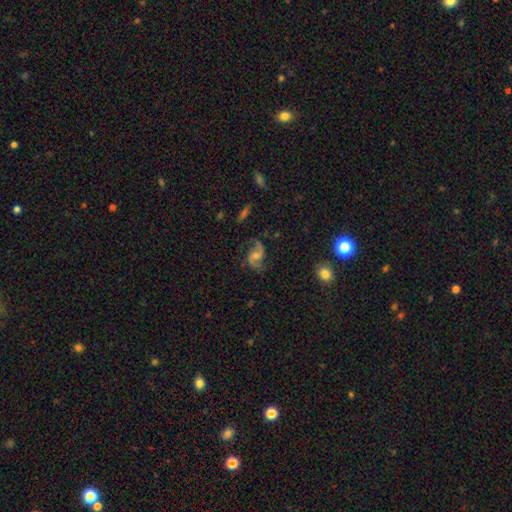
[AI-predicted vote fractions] Morphology: type=featured or disk (85%); edge-on=no (97%); bar=no (50%); spiral arms=yes (97%); winding=loose (63%); arm count=2 (93%); bulge=moderate (48%); merging=none (77%).